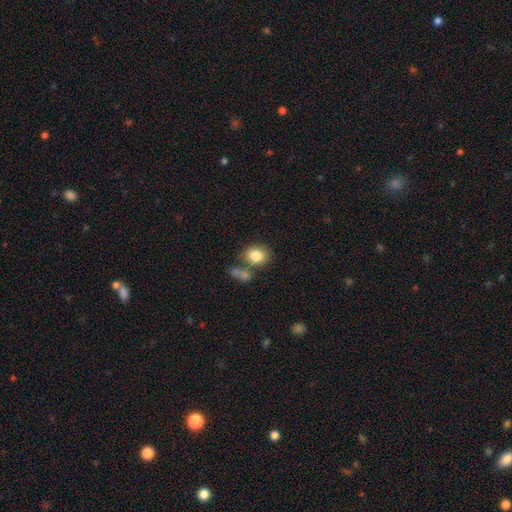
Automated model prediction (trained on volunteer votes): Smooth or featured? Predicted: smooth (p=0.83). How rounded? Predicted: round (p=0.50). Merging? Predicted: none (p=0.59).